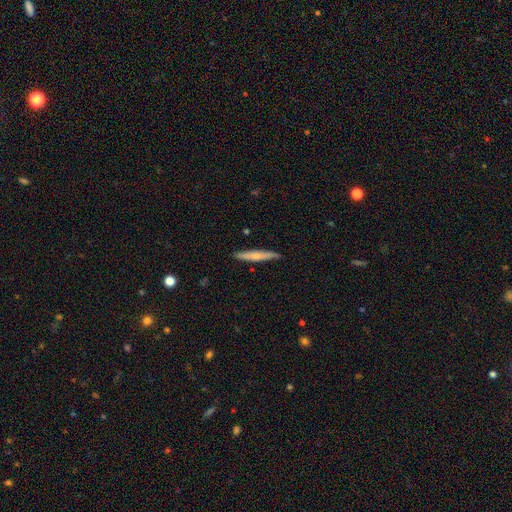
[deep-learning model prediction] smooth 58%, featured or disk 36%, star or artifact 6%. Down the decision tree: how rounded — cigar-shaped (94%); merging — none (88%).